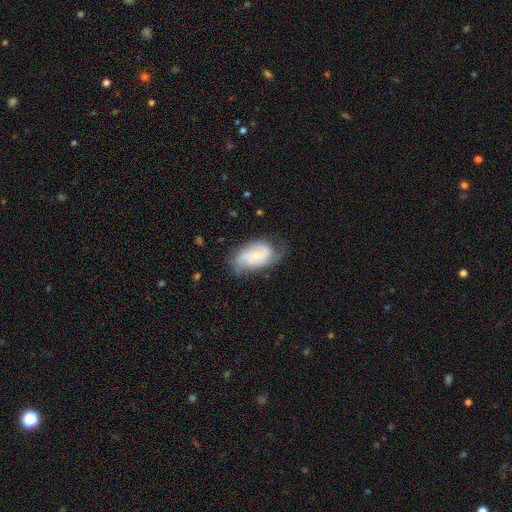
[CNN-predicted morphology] featured or disk 68%, smooth 25%, star or artifact 7%. Down the decision tree: edge-on disk — no (96%); bar — no (60%); spiral arms — yes (91%); spiral arm count — 2 (56%); spiral winding — tight (41%); bulge size — small (64%); merging — none (60%).